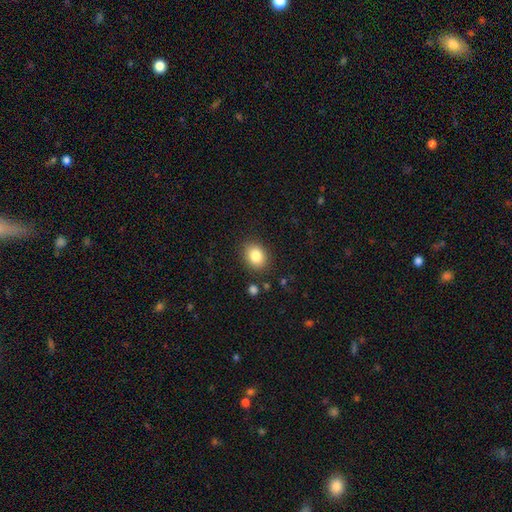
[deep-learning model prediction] Morphology: type=smooth (84%); roundness=round (51%); merging=none (87%).